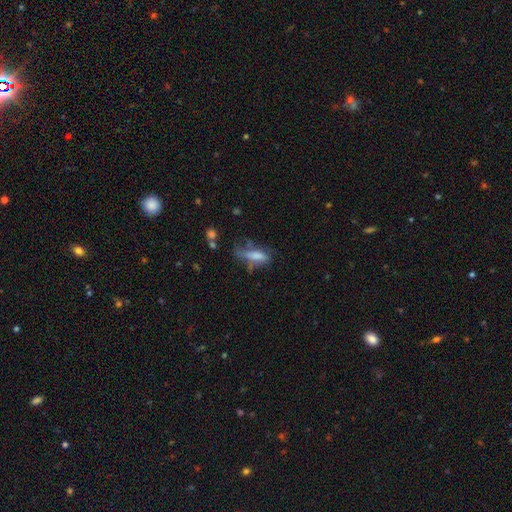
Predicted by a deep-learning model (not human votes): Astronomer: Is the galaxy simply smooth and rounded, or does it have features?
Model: smooth — 64%.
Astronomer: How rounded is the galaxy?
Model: in between — 57% (runner-up: cigar-shaped, 41%).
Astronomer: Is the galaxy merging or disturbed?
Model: none — 32% (runner-up: major disturbance, 31%).